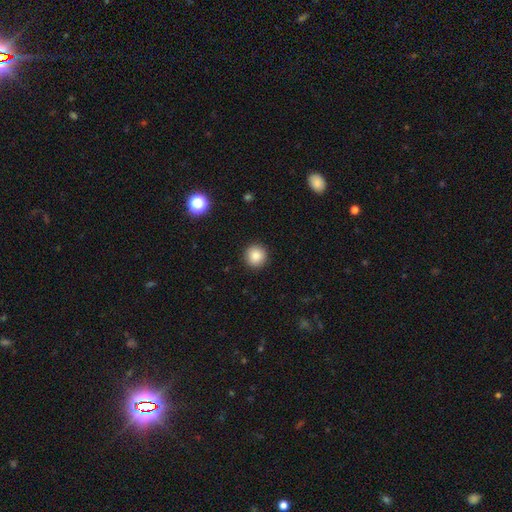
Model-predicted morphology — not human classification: smooth-or-featured: smooth: 86% | star or artifact: 10% | featured or disk: 5%
  how-rounded: round: 95% | in between: 4% | cigar-shaped: 1%
  merging: none: 92% | minor disturbance: 5% | major disturbance: 2% | merger: 1%